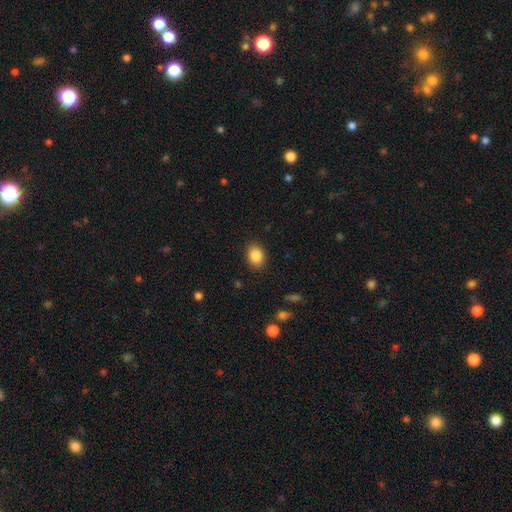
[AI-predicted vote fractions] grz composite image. It shows a smooth galaxy with no disk features (86%) that is in between round and cigar-shaped (68%). Merging: none (88%).